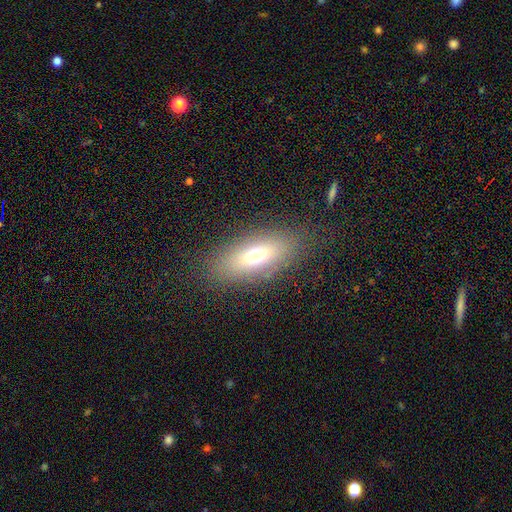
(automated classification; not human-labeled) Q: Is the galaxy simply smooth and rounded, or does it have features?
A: smooth — 67%.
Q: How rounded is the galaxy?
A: in between — 76%.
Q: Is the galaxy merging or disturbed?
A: none — 81%.